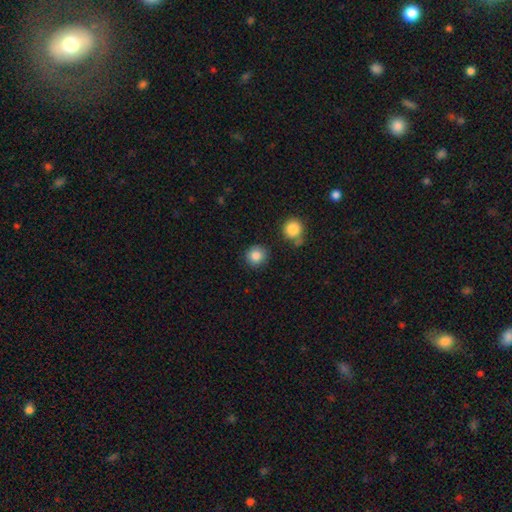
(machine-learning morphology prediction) Smooth or featured? Predicted: smooth (p=0.86). How rounded? Predicted: round (p=0.93). Merging? Predicted: none (p=0.87).